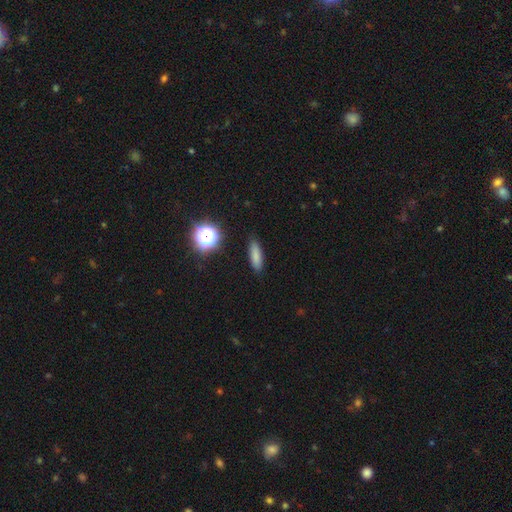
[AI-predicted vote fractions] This appears to be a smooth galaxy with no disk features (79%) that is cigar-shaped (54%). Merging: none (87%).